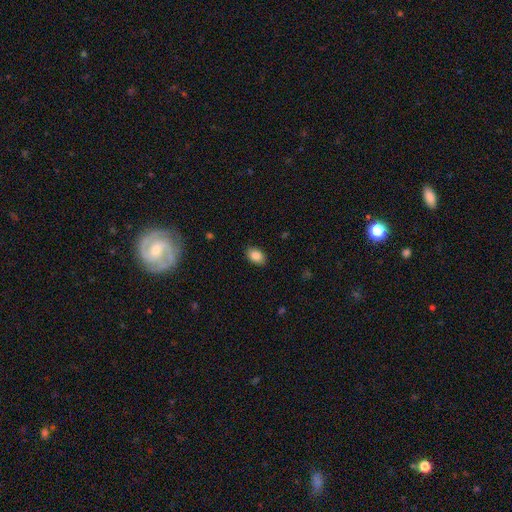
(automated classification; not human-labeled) smooth-or-featured: smooth: 85% | star or artifact: 8% | featured or disk: 7%
  how-rounded: in between: 87% | round: 12% | cigar-shaped: 1%
  merging: none: 88% | minor disturbance: 9% | major disturbance: 2% | merger: 1%